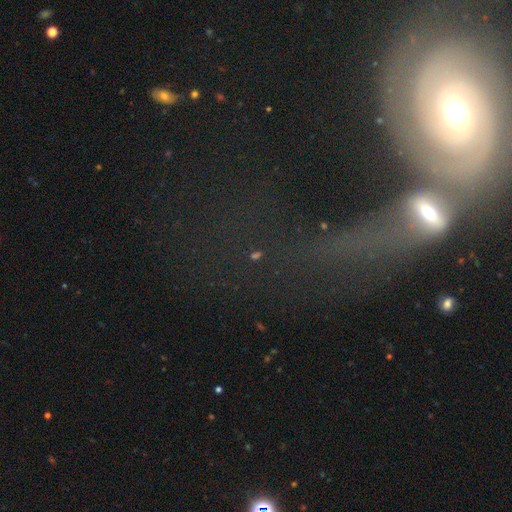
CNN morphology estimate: Smooth or featured: star or artifact — 69% (smooth — 19%)